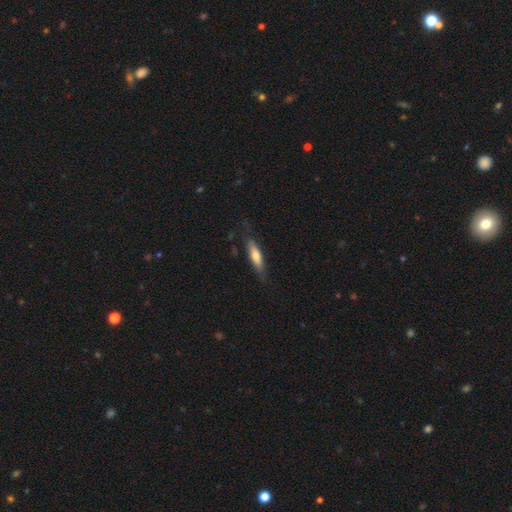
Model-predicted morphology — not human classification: This is likely a smooth galaxy (62%). How rounded: likely cigar-shaped (66%). Merging: likely none (71%).